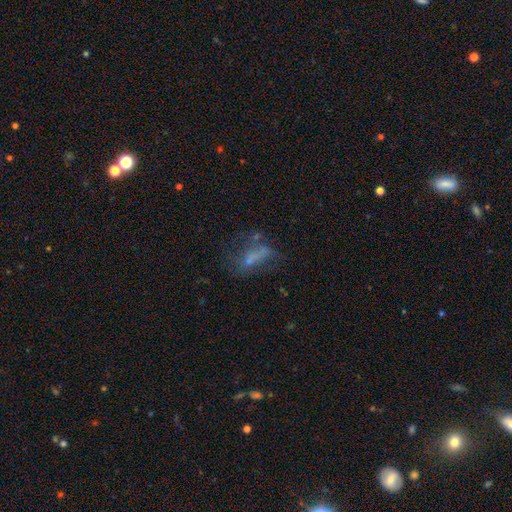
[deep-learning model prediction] A smooth galaxy with no disk features (38%). Merging: none (46%).